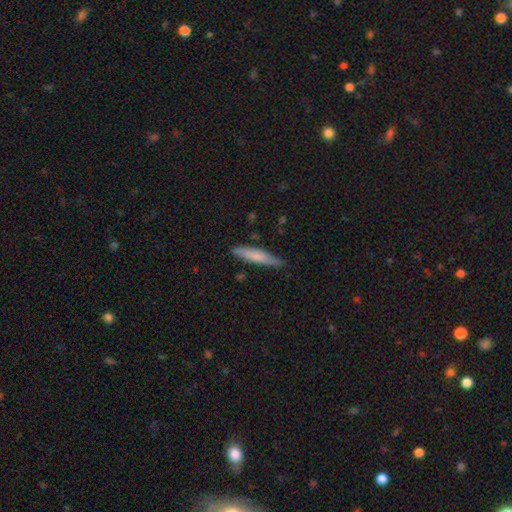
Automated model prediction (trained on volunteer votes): smooth 71%, featured or disk 24%, star or artifact 5%. Down the decision tree: how rounded — cigar-shaped (90%); merging — none (82%).